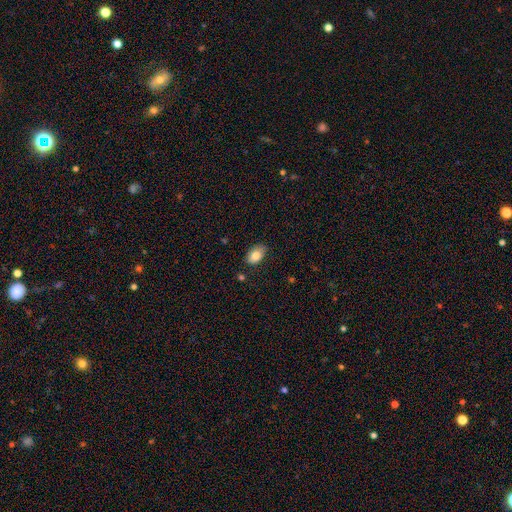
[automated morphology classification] Overall: smooth (81%). How rounded: in between (90%). Merging: none (79%).